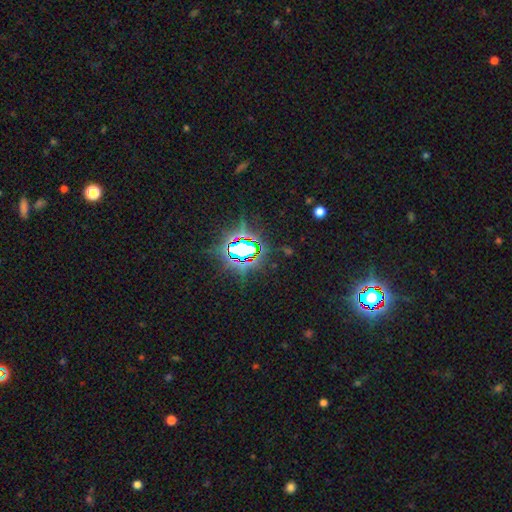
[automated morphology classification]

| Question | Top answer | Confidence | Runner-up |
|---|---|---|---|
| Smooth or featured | star or artifact | 82% | smooth (10%) |